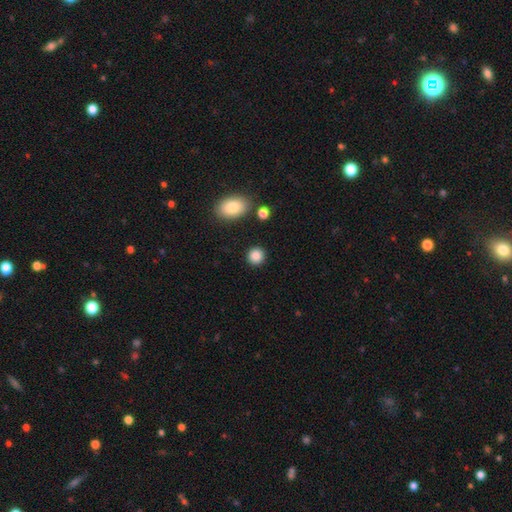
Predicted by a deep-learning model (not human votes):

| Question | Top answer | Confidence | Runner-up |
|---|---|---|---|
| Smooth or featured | smooth | 87% | star or artifact (9%) |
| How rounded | round | 90% | in between (9%) |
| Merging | none | 89% | minor disturbance (6%) |